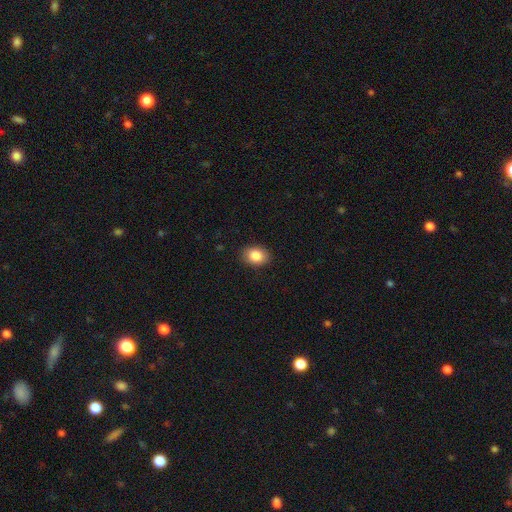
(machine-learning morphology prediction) A smooth galaxy with no disk features (86%) that is in between round and cigar-shaped (71%).

Vote fractions:
- Smooth or featured? smooth: 86% / star or artifact: 8% / featured or disk: 6%
- How rounded? in between: 71% / round: 28% / cigar-shaped: 1%
- Merging? none: 88% / minor disturbance: 9% / major disturbance: 2% / merger: 1%